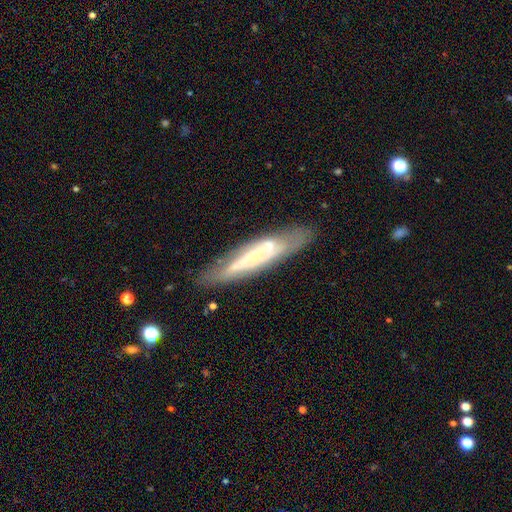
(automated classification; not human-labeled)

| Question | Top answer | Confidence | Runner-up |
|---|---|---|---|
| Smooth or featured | featured or disk | 70% | smooth (23%) |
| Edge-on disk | no | 56% | yes (44%) |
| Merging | none | 76% | minor disturbance (15%) |